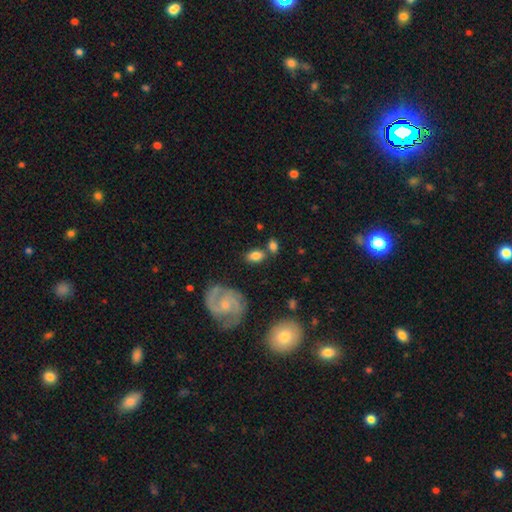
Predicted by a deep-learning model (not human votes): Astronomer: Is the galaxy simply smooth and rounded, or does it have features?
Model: smooth — 73%.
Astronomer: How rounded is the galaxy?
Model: in between — 88%.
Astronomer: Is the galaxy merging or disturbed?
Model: none — 68%.